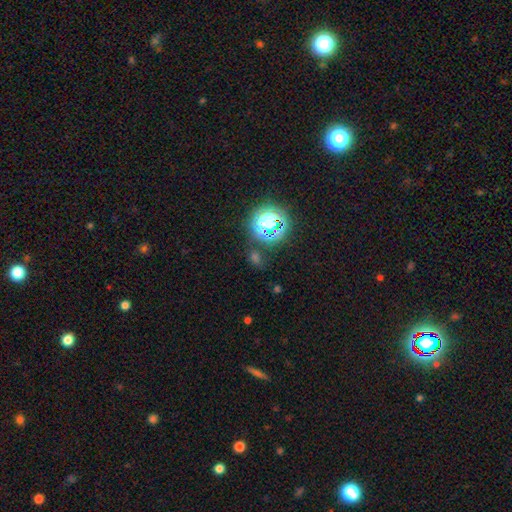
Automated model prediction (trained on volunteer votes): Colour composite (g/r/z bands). It shows a star or artifact, not a galaxy (63%).